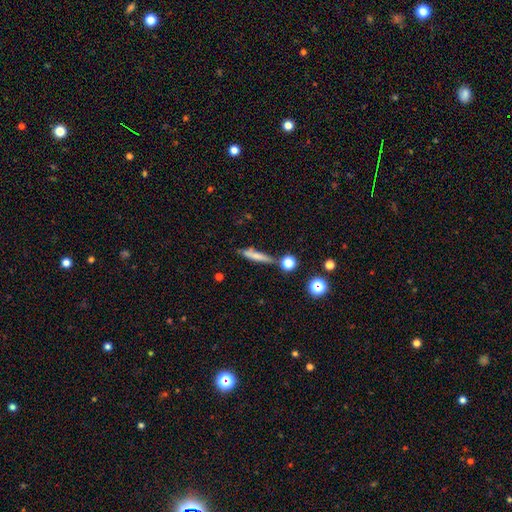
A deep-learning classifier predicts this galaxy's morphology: smooth-or-featured: smooth: 64% | featured or disk: 26% | star or artifact: 10%
  how-rounded: cigar-shaped: 84% | in between: 12% | round: 4%
  merging: none: 63% | minor disturbance: 19% | merger: 12% | major disturbance: 7%